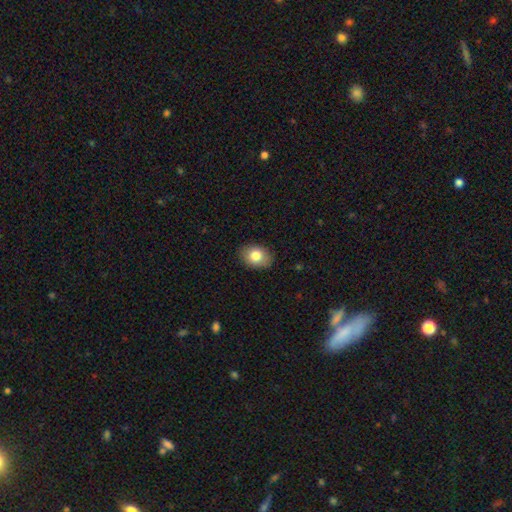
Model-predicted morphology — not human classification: Smooth or featured?
  - smooth: 82% *
  - featured or disk: 10%
  - star or artifact: 8%
How rounded?
  - in between: 72% *
  - round: 27%
  - cigar-shaped: 1%
Merging?
  - none: 86% *
  - minor disturbance: 11%
  - major disturbance: 2%
  - merger: 1%